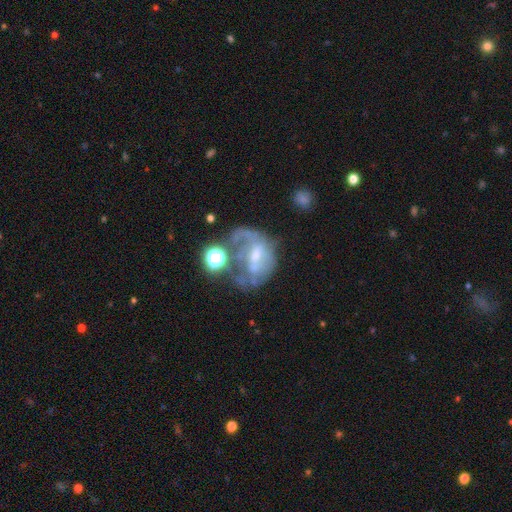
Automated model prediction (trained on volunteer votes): smooth-or-featured: featured or disk: 65% | smooth: 22% | star or artifact: 13%
  disk-edge-on: no: 96% | yes: 4%
    bar: no: 43% | weak: 42% | strong: 15%
    has-spiral-arms: yes: 54% | no: 46%
    bulge-size: small: 43% | moderate: 38% | none: 14% | large: 4% | dominant: 1%
  merging: major disturbance: 37% | none: 26% | merger: 18% | minor disturbance: 18%